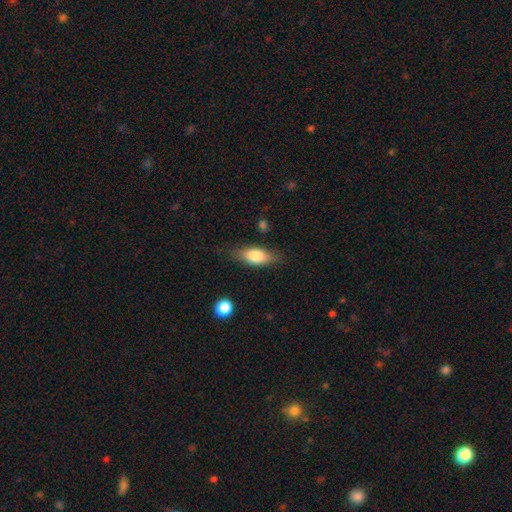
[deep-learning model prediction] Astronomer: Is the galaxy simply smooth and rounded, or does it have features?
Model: smooth — 77%.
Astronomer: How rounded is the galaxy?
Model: in between — 79%.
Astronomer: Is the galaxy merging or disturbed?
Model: none — 76%.